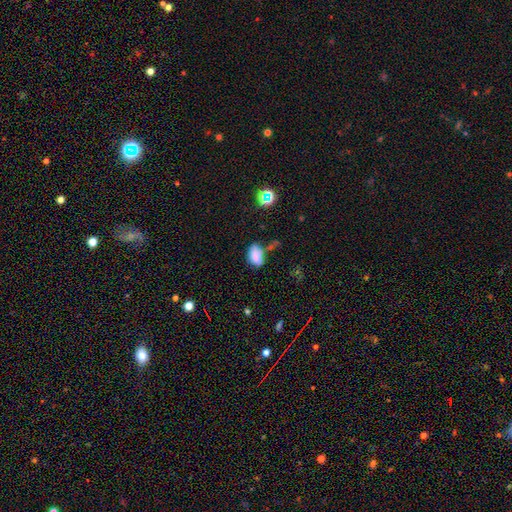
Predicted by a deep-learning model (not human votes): smooth-or-featured: smooth: 72% | star or artifact: 14% | featured or disk: 14%
  how-rounded: in between: 89% | round: 8% | cigar-shaped: 2%
  merging: none: 37% | minor disturbance: 28% | merger: 19% | major disturbance: 17%